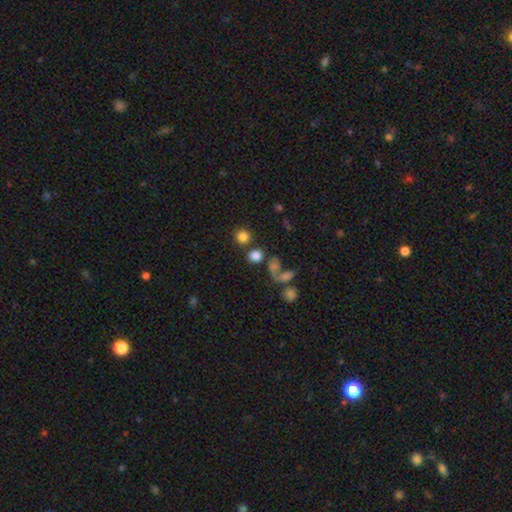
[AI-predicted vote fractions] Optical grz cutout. It shows a smooth galaxy with no disk features (79%) that is round (84%). Merging: none (64%).